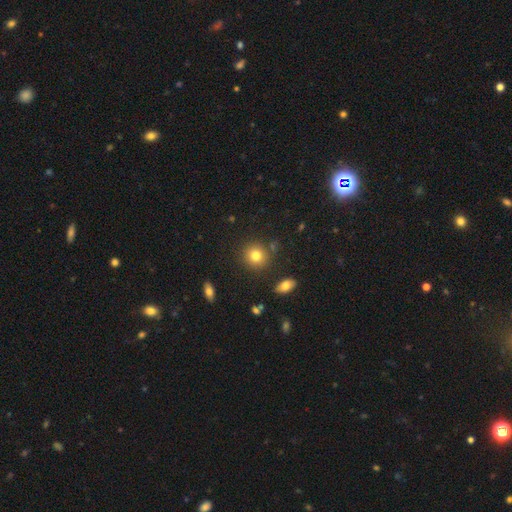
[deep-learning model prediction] Smooth or featured: smooth — 81% (star or artifact — 11%)
How rounded: round — 86% (in between — 13%)
Merging: none — 85% (minor disturbance — 8%)